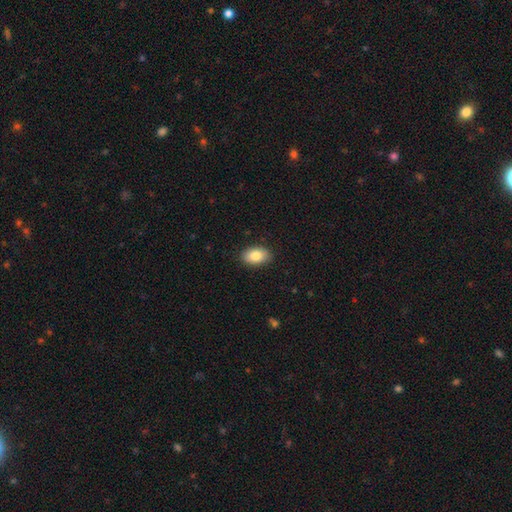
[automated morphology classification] The model was most divided on "smooth or featured": smooth: 85%, featured or disk: 8%, star or artifact: 7%. More confident: how rounded — in between (91%); merging — none (89%).